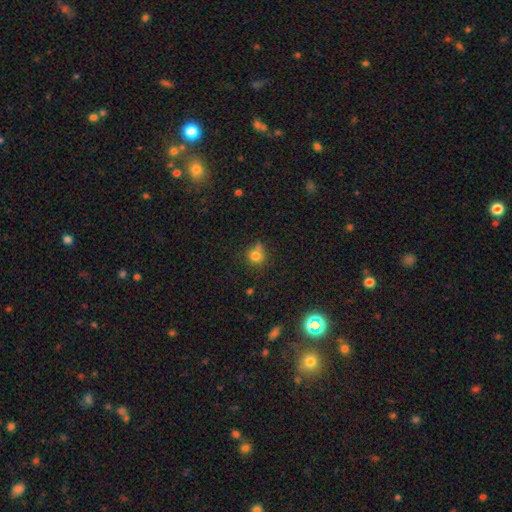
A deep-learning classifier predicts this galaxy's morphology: Smooth or featured: smooth — 77% (star or artifact — 14%)
How rounded: round — 82% (in between — 17%)
Merging: none — 59% (minor disturbance — 20%)